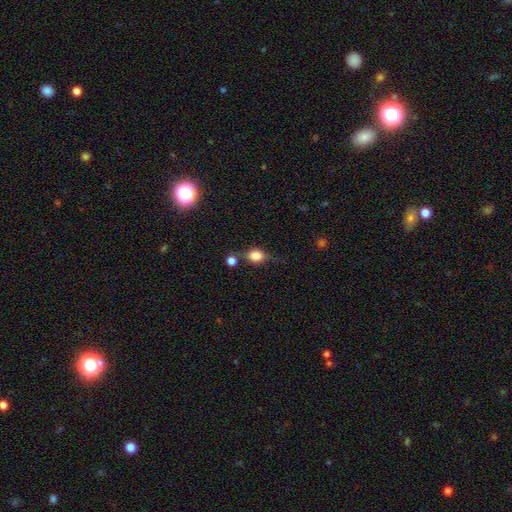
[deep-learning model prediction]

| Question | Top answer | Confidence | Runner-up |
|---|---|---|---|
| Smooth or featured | smooth | 70% | featured or disk (19%) |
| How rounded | in between | 49% | round (47%) |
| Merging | none | 57% | minor disturbance (21%) |